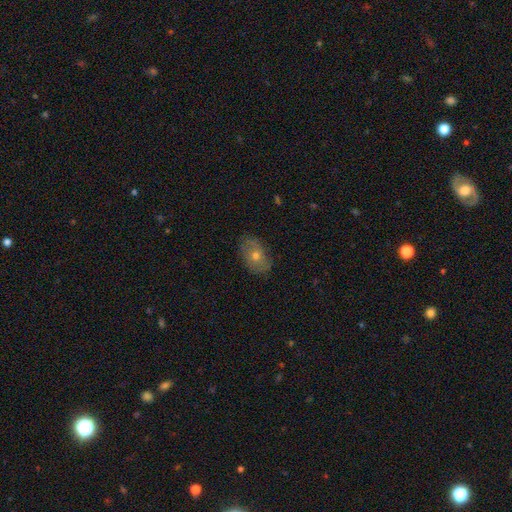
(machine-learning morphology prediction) This appears to be a smooth galaxy with no disk features (52%) that is in between round and cigar-shaped (80%). Merging: none (80%).